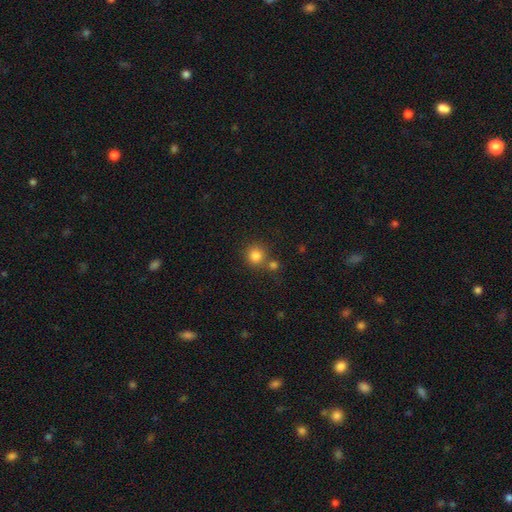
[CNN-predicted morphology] A smooth galaxy with no disk features (81%) that is round (90%). Merging: none (67%).